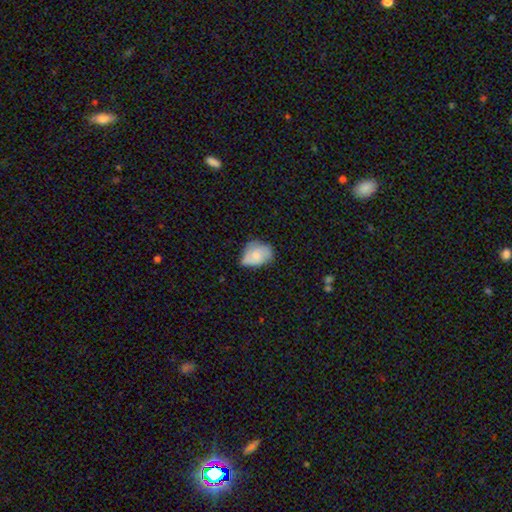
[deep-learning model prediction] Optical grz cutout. It shows a smooth galaxy with no disk features (65%) that is in between round and cigar-shaped (70%). Merging: none (43%).